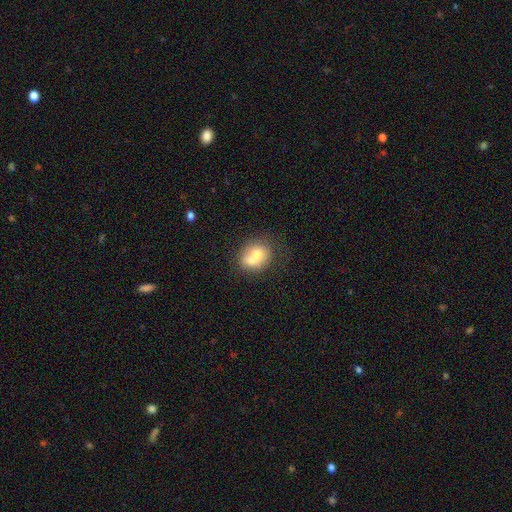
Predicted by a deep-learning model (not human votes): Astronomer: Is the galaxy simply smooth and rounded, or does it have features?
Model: smooth — 66%.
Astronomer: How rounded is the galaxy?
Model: round — 66%.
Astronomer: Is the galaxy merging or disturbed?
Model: merger — 51% (runner-up: none, 32%).